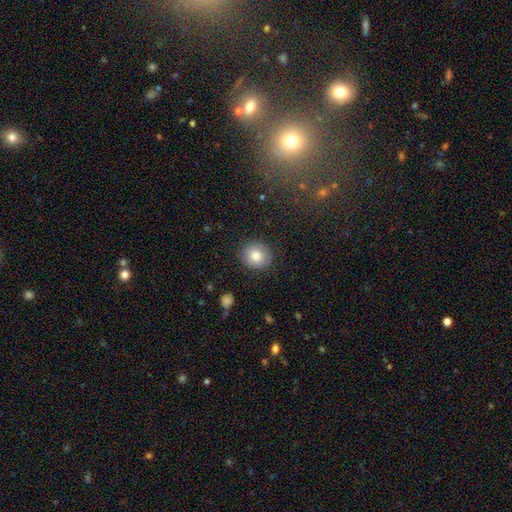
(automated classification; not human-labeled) The model was most divided on "how rounded": round: 78%, in between: 22%, cigar-shaped: 1%. More confident: merging — none (87%); smooth or featured — smooth (78%).